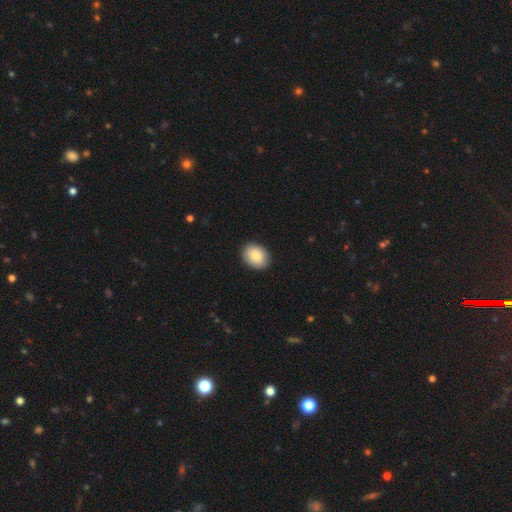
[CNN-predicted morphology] This is clearly a smooth galaxy (87%). How rounded: likely in between (63%). Merging: clearly none (89%).